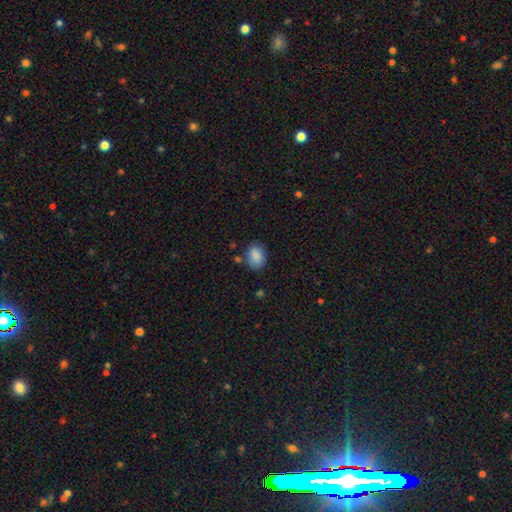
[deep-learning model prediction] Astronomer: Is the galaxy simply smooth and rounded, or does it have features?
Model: smooth — 87%.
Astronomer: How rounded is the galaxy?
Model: in between — 67%.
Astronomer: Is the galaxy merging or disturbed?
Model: none — 75%.